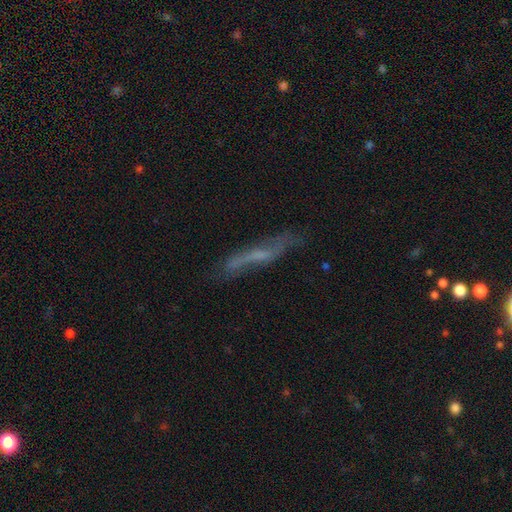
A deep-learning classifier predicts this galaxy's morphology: Smooth or featured: featured or disk — 59% (smooth — 29%)
Edge-on disk: yes — 63% (no — 37%)
Merging: none — 69% (minor disturbance — 19%)